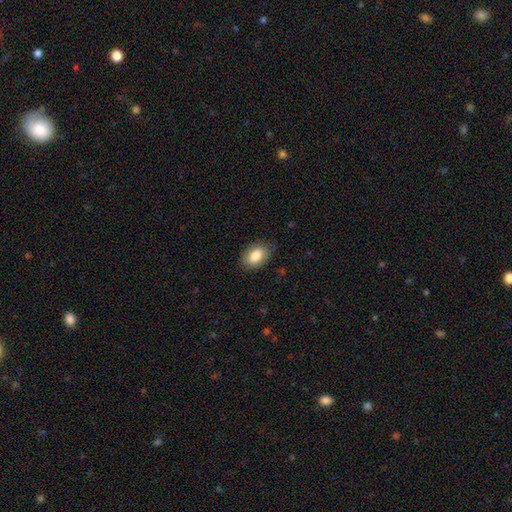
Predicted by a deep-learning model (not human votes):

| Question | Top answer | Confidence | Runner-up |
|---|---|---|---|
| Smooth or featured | smooth | 85% | featured or disk (8%) |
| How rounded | in between | 88% | round (11%) |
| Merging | none | 82% | minor disturbance (14%) |